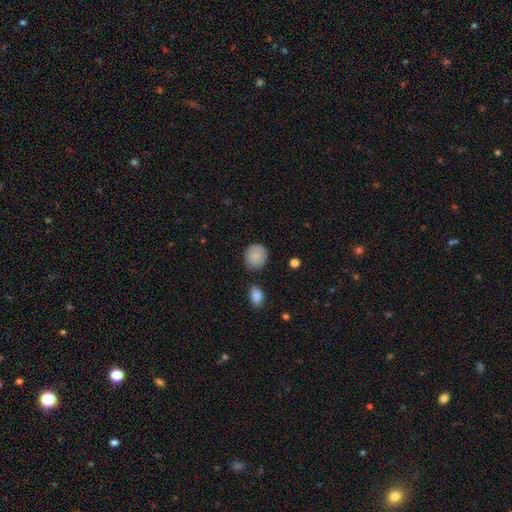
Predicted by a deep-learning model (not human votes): Smooth or featured: smooth — 86% (star or artifact — 7%)
How rounded: round — 78% (in between — 21%)
Merging: none — 80% (minor disturbance — 14%)